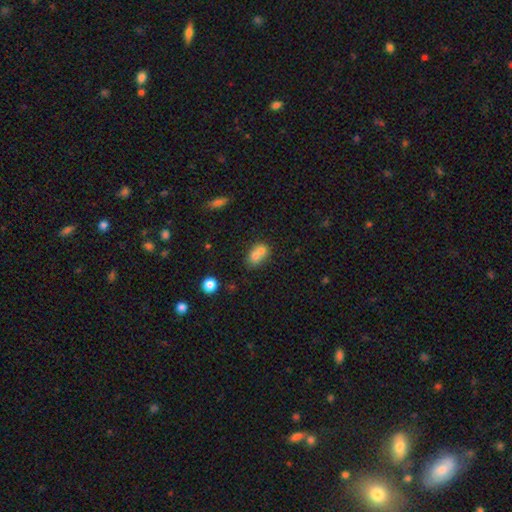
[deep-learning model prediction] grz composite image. It shows a smooth galaxy with no disk features (69%) that is round (50%). Merging: merger (66%).